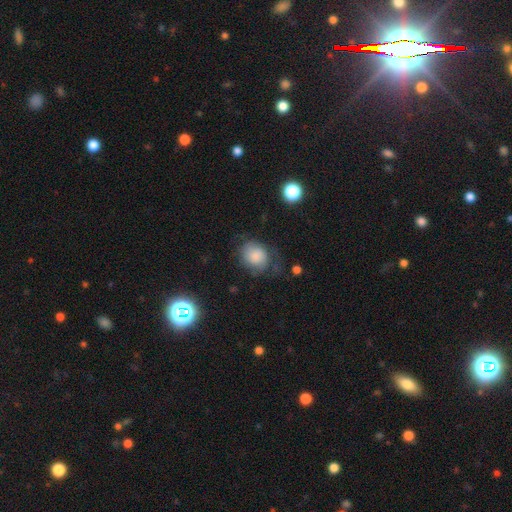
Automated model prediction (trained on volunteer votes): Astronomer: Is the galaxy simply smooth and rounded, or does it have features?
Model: smooth — 76%.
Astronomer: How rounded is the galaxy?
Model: round — 64%.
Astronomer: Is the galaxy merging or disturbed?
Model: none — 51% (runner-up: minor disturbance, 27%).